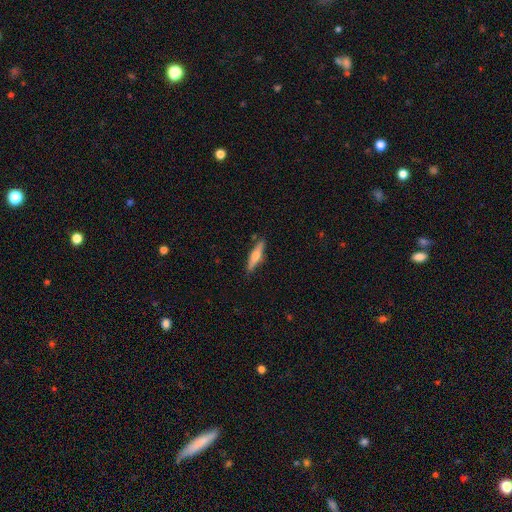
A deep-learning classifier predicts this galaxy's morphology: This is possibly a featured or disk galaxy (53%). It is clearly viewed edge-on (94%). Edge-on bulge: clearly rounded (92%). Merging: clearly none (85%).